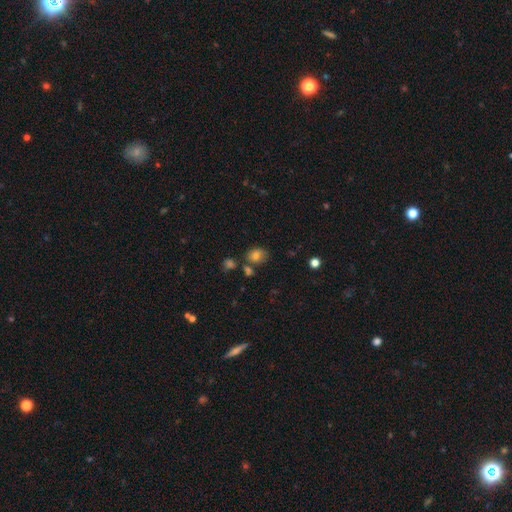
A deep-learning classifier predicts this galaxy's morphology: Smooth or featured? smooth (79%)
How rounded? in between (50%)
Merging? none (65%)